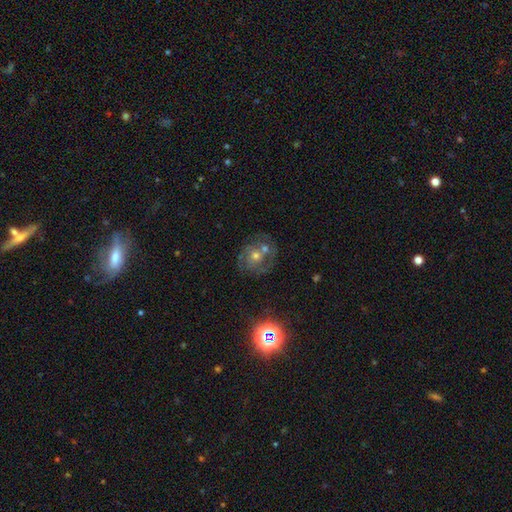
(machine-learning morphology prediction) Smooth or featured: featured or disk — 63% (smooth — 20%)
Edge-on disk: no — 97% (yes — 3%)
Bar: no — 78% (weak — 18%)
Spiral arms: yes — 78% (no — 22%)
Bulge size: moderate — 60% (small — 32%)
Merging: none — 52% (merger — 25%)